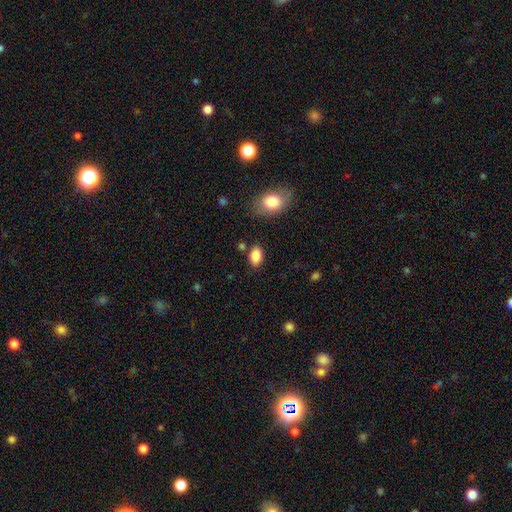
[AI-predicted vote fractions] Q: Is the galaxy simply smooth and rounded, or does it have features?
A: smooth — 87%.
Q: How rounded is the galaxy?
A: in between — 87%.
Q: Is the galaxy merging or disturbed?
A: none — 81%.